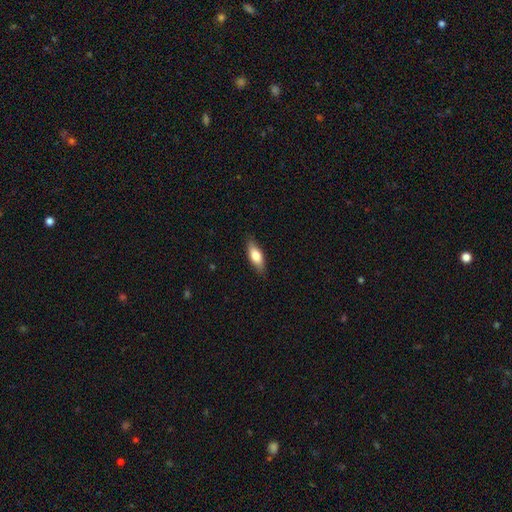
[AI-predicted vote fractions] Smooth or featured?
  - smooth: 74% *
  - featured or disk: 21%
  - star or artifact: 6%
How rounded?
  - in between: 70% *
  - cigar-shaped: 28%
  - round: 3%
Merging?
  - none: 84% *
  - minor disturbance: 12%
  - major disturbance: 2%
  - merger: 1%